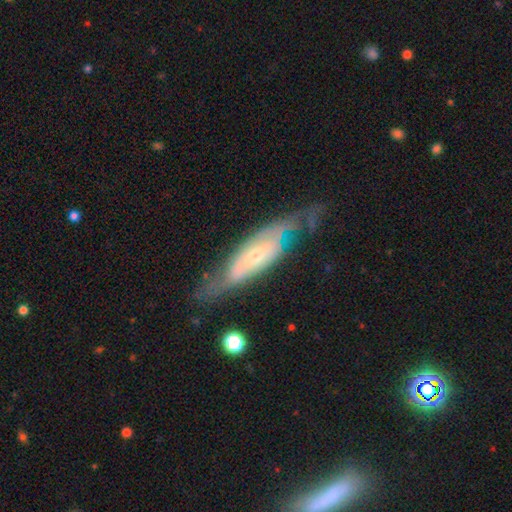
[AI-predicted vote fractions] Morphology: type=featured or disk (77%); edge-on=no (70%); bar=no (59%); spiral arms=yes (81%); bulge=small (58%); merging=none (59%).